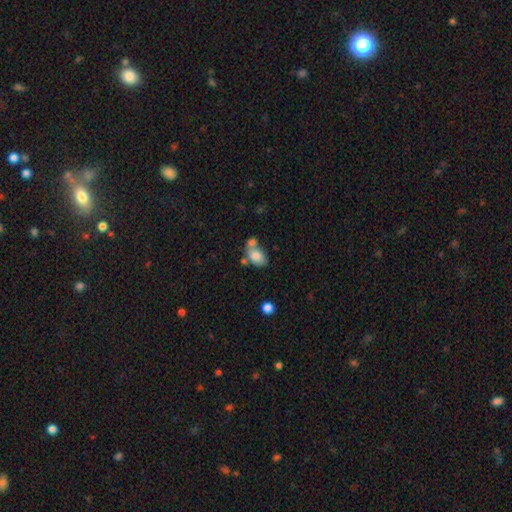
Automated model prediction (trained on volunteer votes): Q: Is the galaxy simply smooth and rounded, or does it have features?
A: smooth — 80%.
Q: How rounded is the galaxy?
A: in between — 86%.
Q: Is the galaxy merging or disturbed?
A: merger — 40%, tied with none.